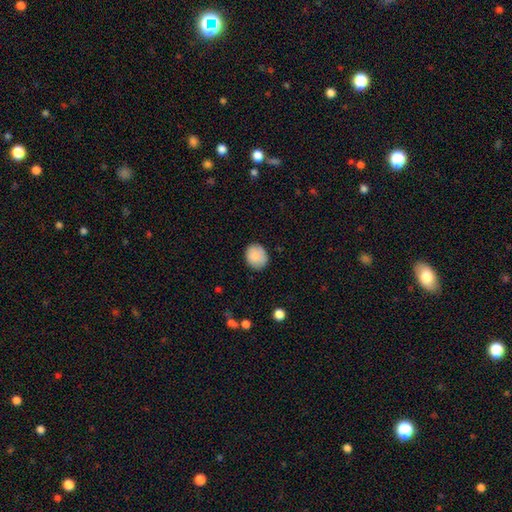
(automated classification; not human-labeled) smooth_or_featured: smooth (p=0.87) [alt: star or artifact p=0.07]
how_rounded: round (p=0.71) [alt: in between p=0.28]
merging: none (p=0.82) [alt: minor disturbance p=0.14]